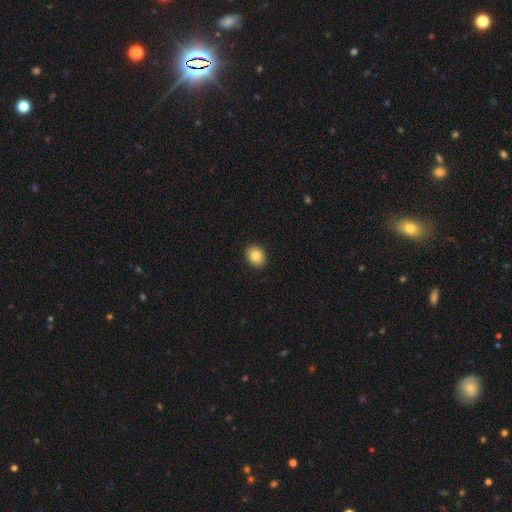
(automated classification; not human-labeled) smooth-or-featured: smooth: 85% | star or artifact: 9% | featured or disk: 6%
  how-rounded: round: 62% | in between: 37% | cigar-shaped: 1%
  merging: none: 92% | minor disturbance: 6% | major disturbance: 2% | merger: 1%